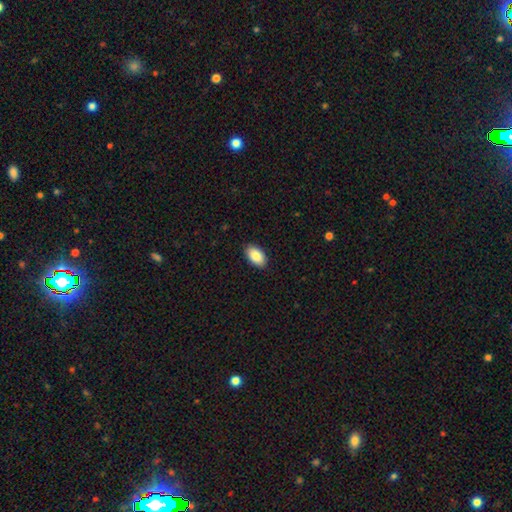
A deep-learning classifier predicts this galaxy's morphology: Overall: smooth (87%). How rounded: in between (94%). Merging: none (90%).